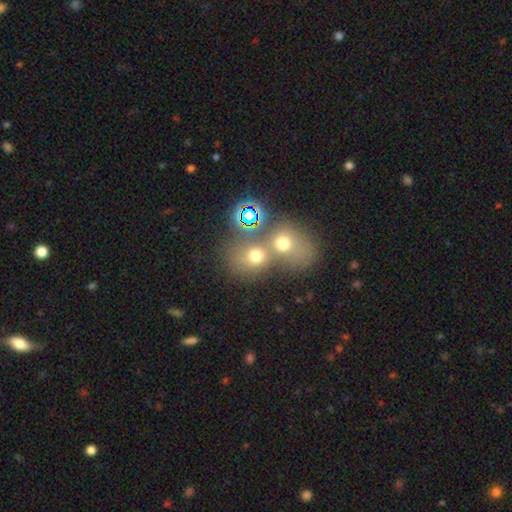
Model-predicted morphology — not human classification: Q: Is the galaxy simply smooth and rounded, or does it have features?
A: smooth — 63%.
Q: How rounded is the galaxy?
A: round — 66%.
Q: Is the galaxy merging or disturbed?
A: merger — 58%.